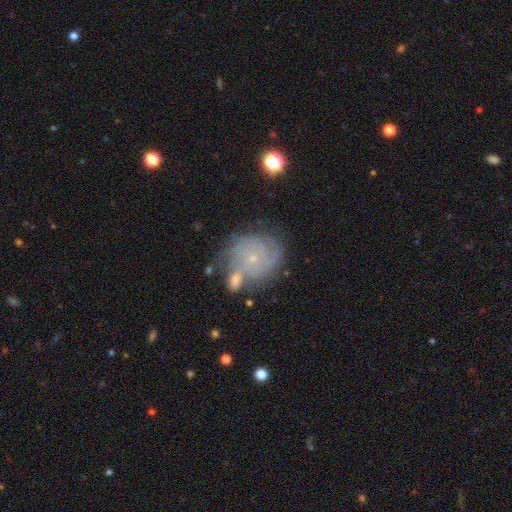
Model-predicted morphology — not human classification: This appears to be a featured or disk galaxy (77%) with no bar (81%), tight (70%) spiral arms (94%) and a small central bulge (83%). Merging: none (62%).